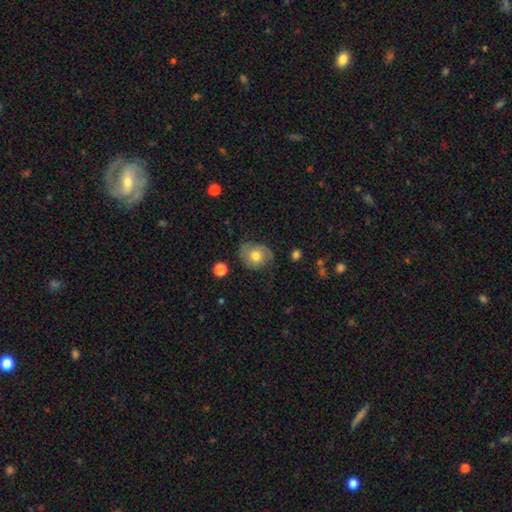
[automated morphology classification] Smooth or featured? smooth (66%)
How rounded? round (53%)
Merging? none (64%)